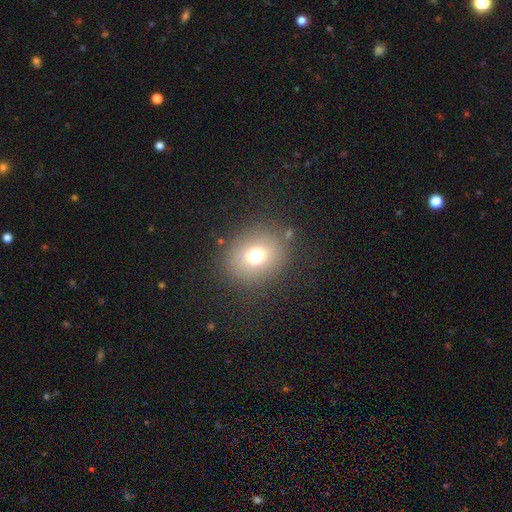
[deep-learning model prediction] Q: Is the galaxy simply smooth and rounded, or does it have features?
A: smooth — 71%.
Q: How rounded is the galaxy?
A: round — 75%.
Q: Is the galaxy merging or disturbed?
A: none — 83%.